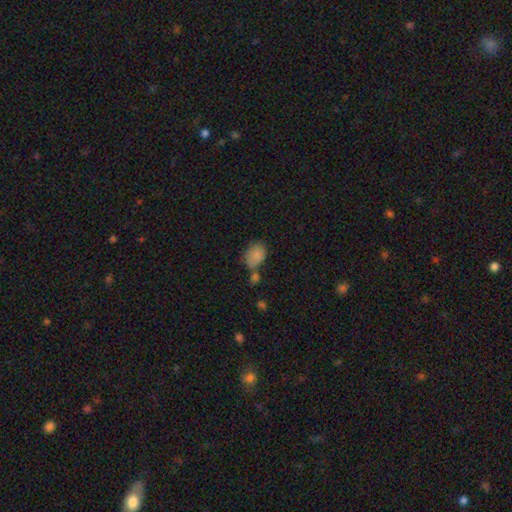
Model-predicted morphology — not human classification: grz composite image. It shows a smooth galaxy with no disk features (83%) that is in between round and cigar-shaped (70%). Merging: none (45%).